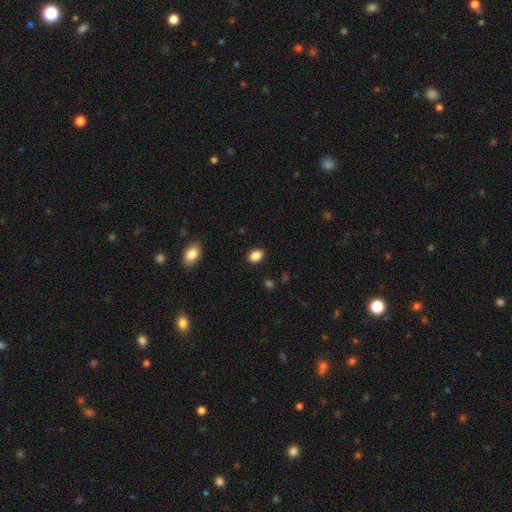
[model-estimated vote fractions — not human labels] The model was most divided on "how rounded": in between: 77%, round: 22%, cigar-shaped: 1%. More confident: merging — none (88%); smooth or featured — smooth (87%).